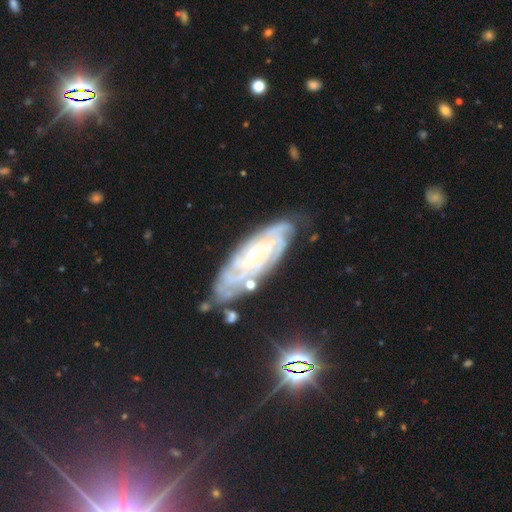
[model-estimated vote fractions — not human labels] Smooth or featured?
  - featured or disk: 86% *
  - smooth: 8%
  - star or artifact: 6%
Edge-on disk?
  - no: 89% *
  - yes: 11%
Bar?
  - no: 62% *
  - weak: 27%
  - strong: 11%
Spiral arms?
  - yes: 97% *
  - no: 3%
Spiral winding?
  - tight: 78% *
  - medium: 19%
  - loose: 3%
Spiral arm count?
  - can't tell: 32% *
  - 4: 21%
  - 3: 21%
  - 2: 12%
  - more than 4: 9%
  - 1: 5%
Bulge size?
  - moderate: 52% *
  - small: 43%
  - large: 3%
  - none: 1%
  - dominant: 1%
Merging?
  - none: 75% *
  - minor disturbance: 17%
  - major disturbance: 5%
  - merger: 2%